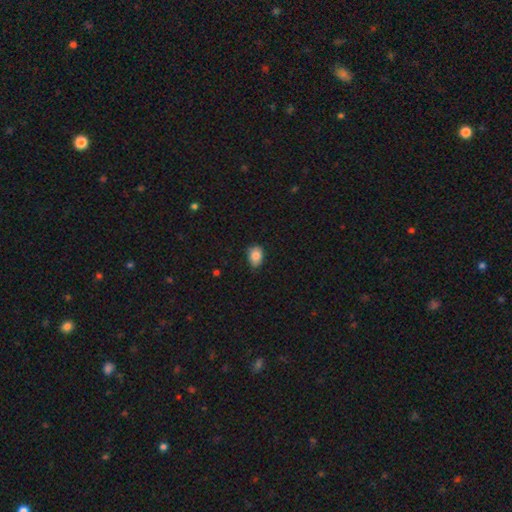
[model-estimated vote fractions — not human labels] Smooth or featured: smooth — 85% (star or artifact — 9%)
How rounded: in between — 73% (round — 26%)
Merging: none — 72% (minor disturbance — 23%)